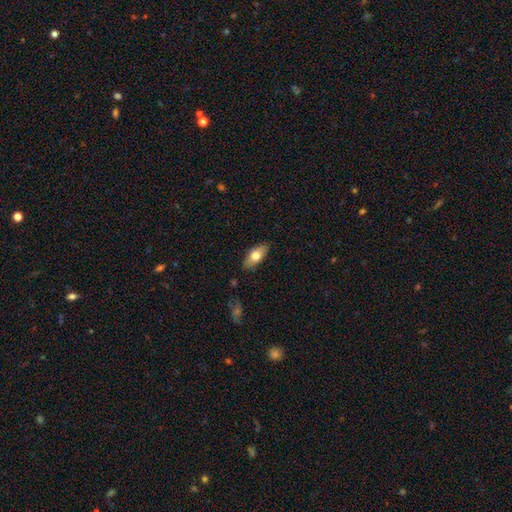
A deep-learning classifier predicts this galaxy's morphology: Overall: smooth (70%). How rounded: in between (83%). Merging: none (85%).